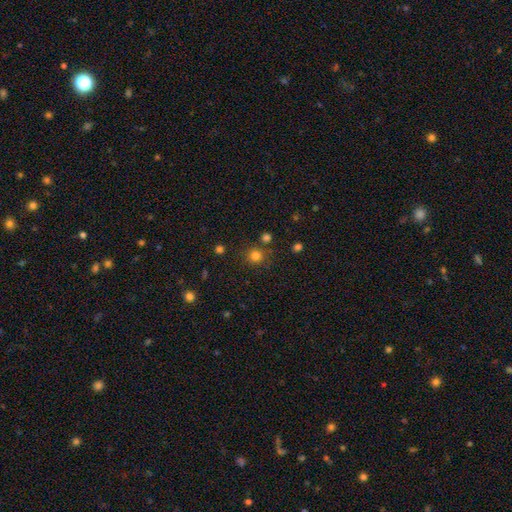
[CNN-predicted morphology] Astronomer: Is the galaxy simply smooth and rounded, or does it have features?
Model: smooth — 79%.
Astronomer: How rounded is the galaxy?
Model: round — 91%.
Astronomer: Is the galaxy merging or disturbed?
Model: none — 80%.